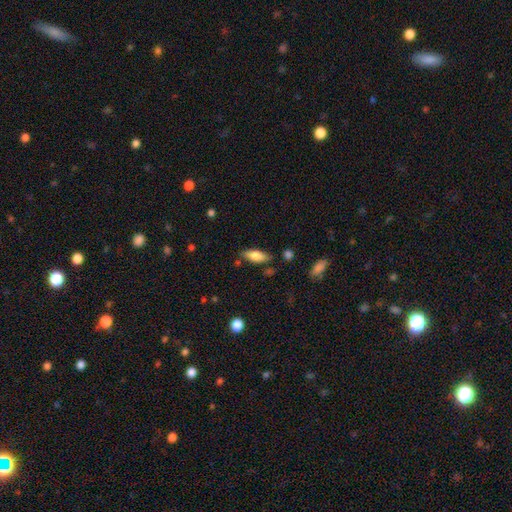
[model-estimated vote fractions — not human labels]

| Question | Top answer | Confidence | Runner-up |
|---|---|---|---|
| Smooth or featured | smooth | 76% | featured or disk (17%) |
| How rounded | in between | 77% | cigar-shaped (21%) |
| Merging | none | 76% | minor disturbance (16%) |